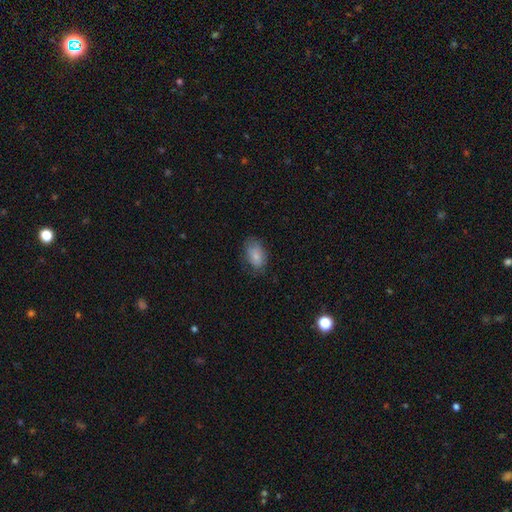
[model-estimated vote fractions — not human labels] smooth 82%, featured or disk 10%, star or artifact 7%. Down the decision tree: how rounded — in between (89%); merging — none (69%).